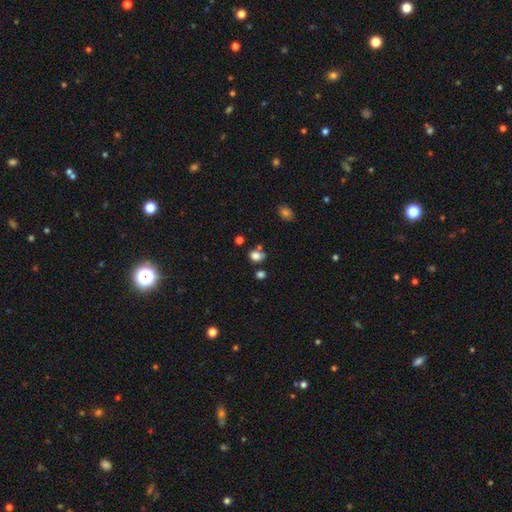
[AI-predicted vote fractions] smooth 80%, star or artifact 14%, featured or disk 6%. Down the decision tree: how rounded — round (53%); merging — none (62%).